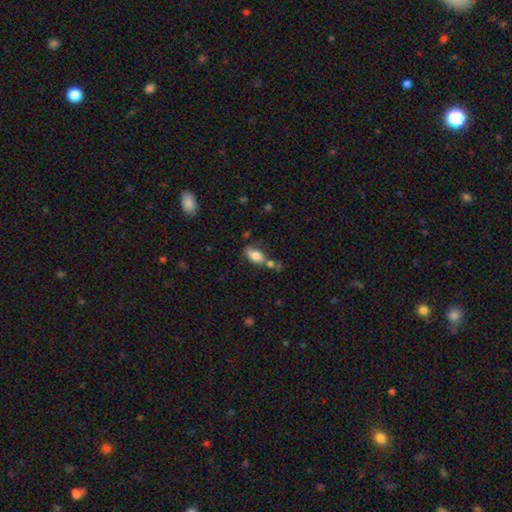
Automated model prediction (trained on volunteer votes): smooth 77%, featured or disk 15%, star or artifact 8%. Down the decision tree: how rounded — in between (87%); merging — none (47%).